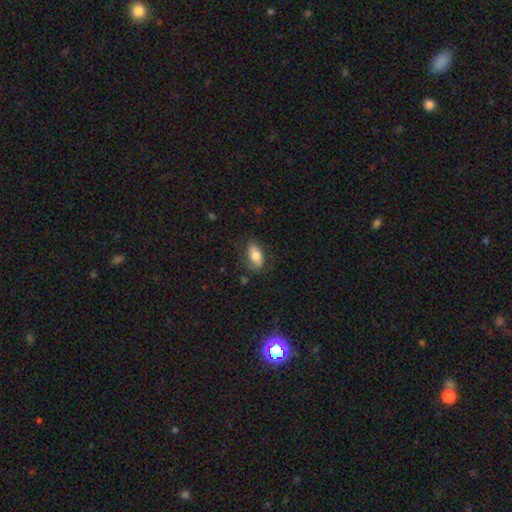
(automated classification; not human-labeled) smooth_or_featured: smooth (p=0.75) [alt: featured or disk p=0.19]
how_rounded: in between (p=0.89) [alt: cigar-shaped p=0.06]
merging: none (p=0.73) [alt: minor disturbance p=0.19]